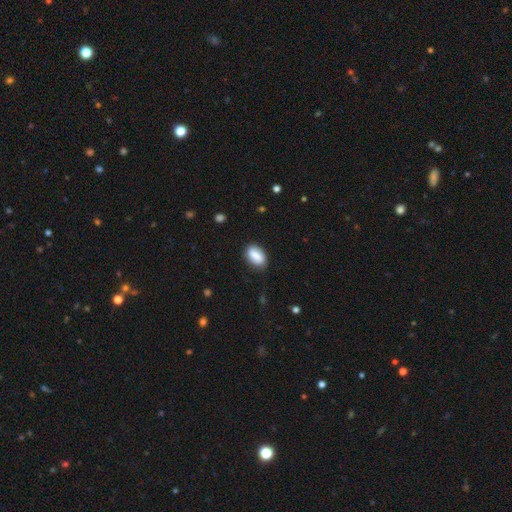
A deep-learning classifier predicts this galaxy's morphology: This appears to be a smooth galaxy with no disk features (80%) that is in between round and cigar-shaped (89%). Merging: none (83%).